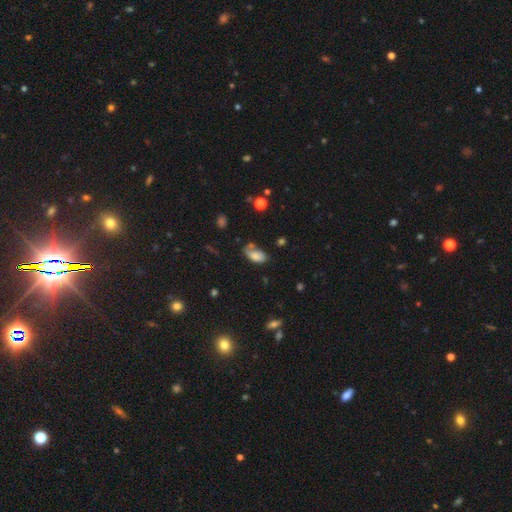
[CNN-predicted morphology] type=smooth (75%); roundness=in between (93%); merging=none (47%).